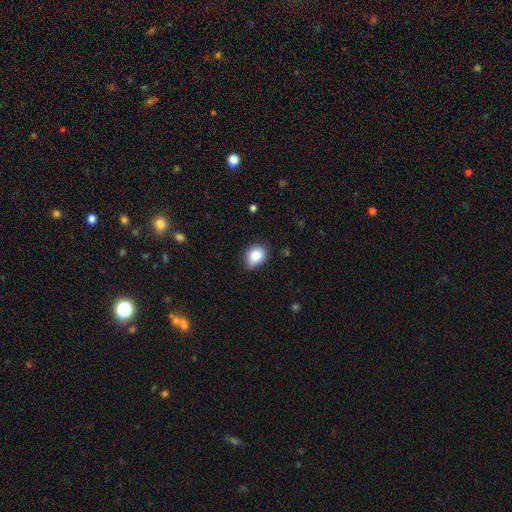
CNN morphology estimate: Smooth or featured: smooth — 85% (star or artifact — 8%)
How rounded: in between — 63% (round — 36%)
Merging: none — 78% (minor disturbance — 18%)